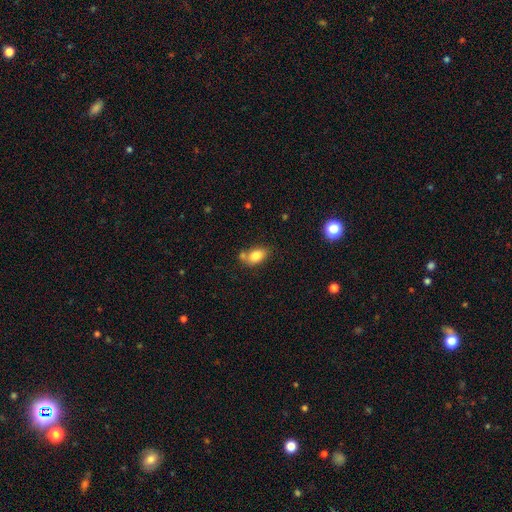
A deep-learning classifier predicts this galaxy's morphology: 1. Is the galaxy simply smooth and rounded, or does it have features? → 81% smooth, 10% featured or disk, 9% star or artifact.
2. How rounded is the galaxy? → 85% in between, 13% round, 2% cigar-shaped.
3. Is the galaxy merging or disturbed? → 55% none, 23% merger, 17% minor disturbance, 5% major disturbance.